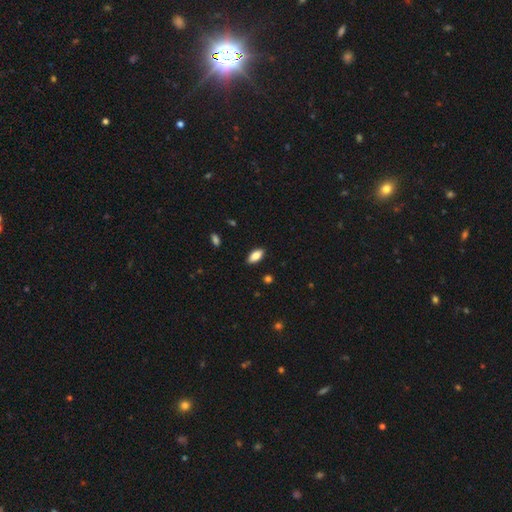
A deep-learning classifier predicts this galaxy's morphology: This appears to be a smooth galaxy with no disk features (83%) that is in between round and cigar-shaped (89%). Merging: none (87%).